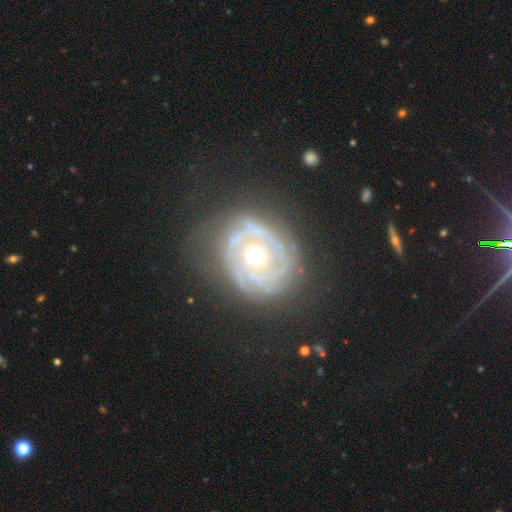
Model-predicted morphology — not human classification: A featured or disk galaxy (85%) with no bar (82%), tight (76%) spiral arms (87%) and a moderate central bulge (77%).

Vote fractions:
- Smooth or featured? featured or disk: 85% / smooth: 9% / star or artifact: 6%
- Edge-on disk? no: 96% / yes: 4%
- Bar? no: 82% / weak: 13% / strong: 5%
- Spiral arms? yes: 87% / no: 13%
- Spiral winding? tight: 76% / medium: 18% / loose: 6%
- Spiral arm count? can't tell: 31% / 2: 26% / 3: 21% / 4: 8% / 1: 8% / more than 4: 7%
- Bulge size? moderate: 77% / large: 11% / small: 9% / dominant: 1% / none: 1%
- Merging? none: 72% / minor disturbance: 18% / major disturbance: 9% / merger: 2%